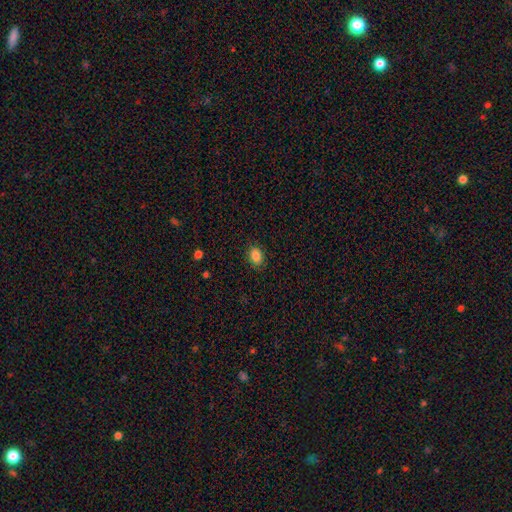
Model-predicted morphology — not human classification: Smooth or featured? Predicted: smooth (p=0.86). How rounded? Predicted: in between (p=0.74). Merging? Predicted: none (p=0.86).